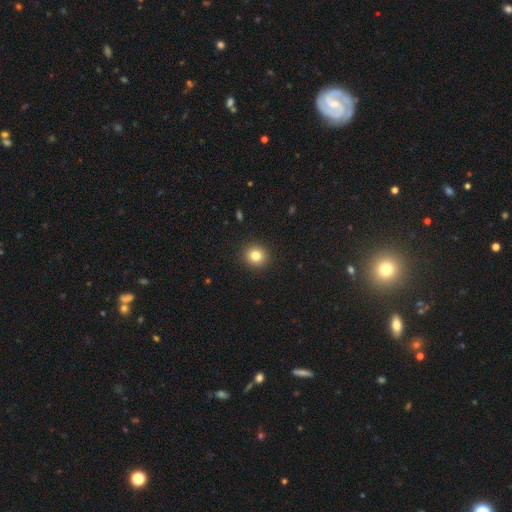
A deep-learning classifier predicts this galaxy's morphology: Overall: smooth (82%). How rounded: round (87%). Merging: none (92%).